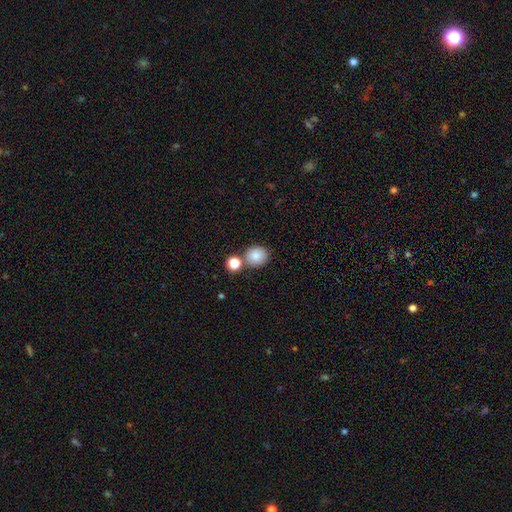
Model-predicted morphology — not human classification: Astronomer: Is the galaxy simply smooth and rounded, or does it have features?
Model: smooth — 84%.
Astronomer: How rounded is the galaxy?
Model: round — 79%.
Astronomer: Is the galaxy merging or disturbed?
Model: none — 70%.